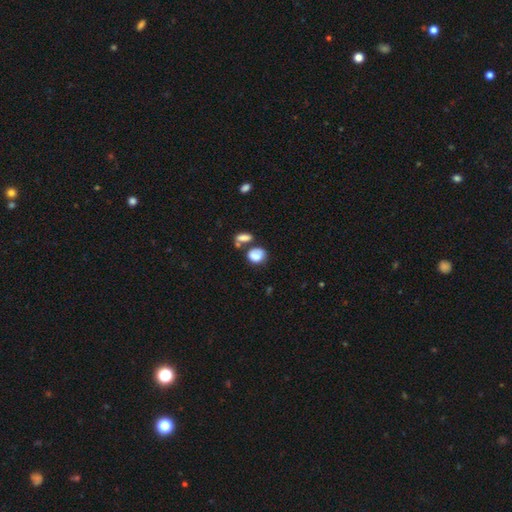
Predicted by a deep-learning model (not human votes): Morphology: type=smooth (79%); roundness=in between (52%); merging=none (43%).